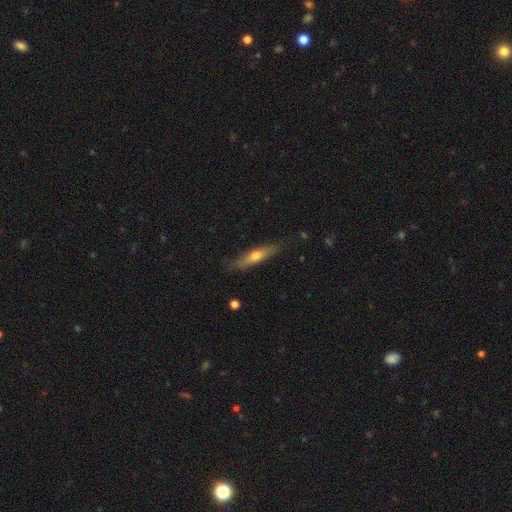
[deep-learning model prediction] Smooth or featured?
  - smooth: 54% *
  - featured or disk: 40%
  - star or artifact: 6%
How rounded?
  - cigar-shaped: 78% *
  - in between: 20%
  - round: 2%
Merging?
  - none: 82% *
  - minor disturbance: 14%
  - major disturbance: 3%
  - merger: 1%